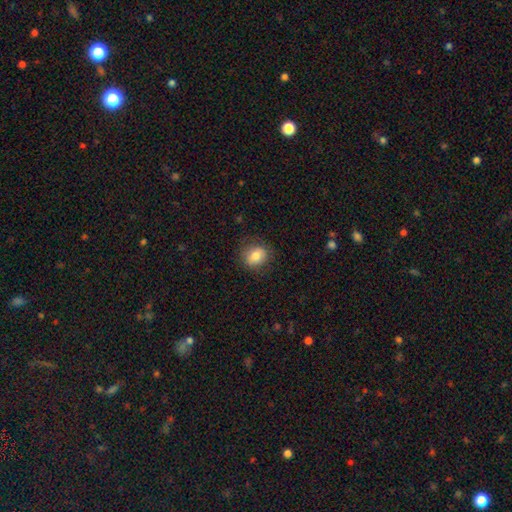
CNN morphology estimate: Smooth or featured?
  - smooth: 79% *
  - featured or disk: 12%
  - star or artifact: 9%
How rounded?
  - round: 61% *
  - in between: 38%
  - cigar-shaped: 1%
Merging?
  - none: 81% *
  - minor disturbance: 13%
  - major disturbance: 5%
  - merger: 1%